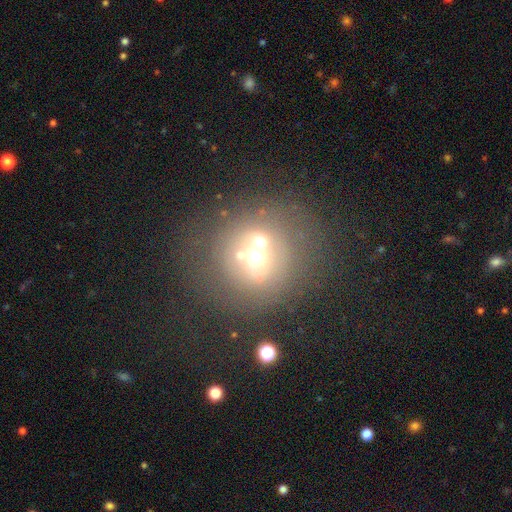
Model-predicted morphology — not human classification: smooth-or-featured: smooth: 47% | featured or disk: 34% | star or artifact: 19%
  merging: none: 43% | merger: 40% | minor disturbance: 10% | major disturbance: 7%